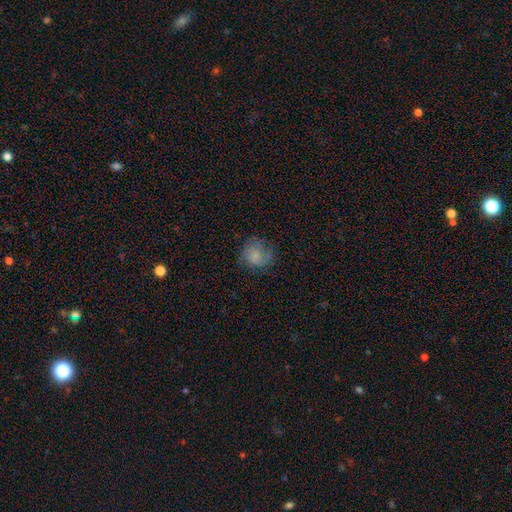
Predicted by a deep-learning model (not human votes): Morphology: type=smooth (67%); roundness=round (80%); merging=none (61%).